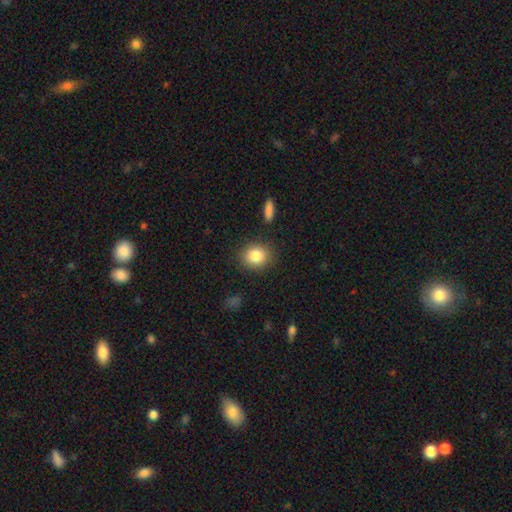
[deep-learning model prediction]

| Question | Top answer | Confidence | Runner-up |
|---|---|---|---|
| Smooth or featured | smooth | 85% | star or artifact (9%) |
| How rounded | round | 67% | in between (31%) |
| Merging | none | 86% | minor disturbance (9%) |